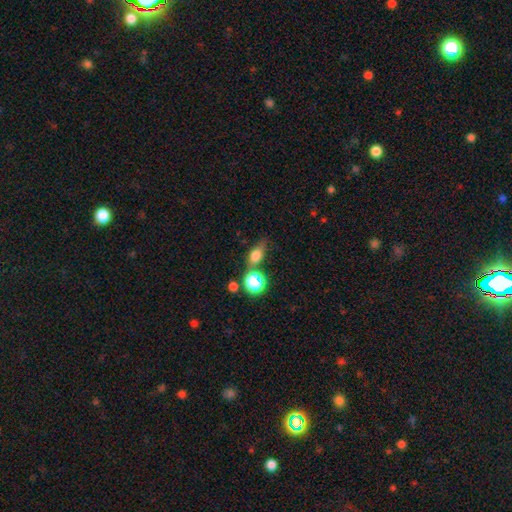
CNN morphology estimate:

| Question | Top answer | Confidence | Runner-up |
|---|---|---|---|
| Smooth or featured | smooth | 68% | star or artifact (17%) |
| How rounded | in between | 60% | round (32%) |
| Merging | none | 53% | minor disturbance (21%) |